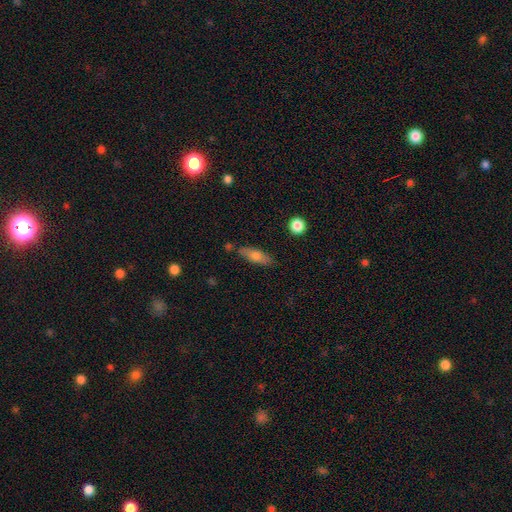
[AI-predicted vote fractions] A smooth galaxy with no disk features (64%) that is cigar-shaped (49%).

Vote fractions:
- Smooth or featured? smooth: 64% / featured or disk: 29% / star or artifact: 7%
- How rounded? cigar-shaped: 49% / in between: 48% / round: 3%
- Merging? none: 80% / minor disturbance: 13% / merger: 4% / major disturbance: 3%